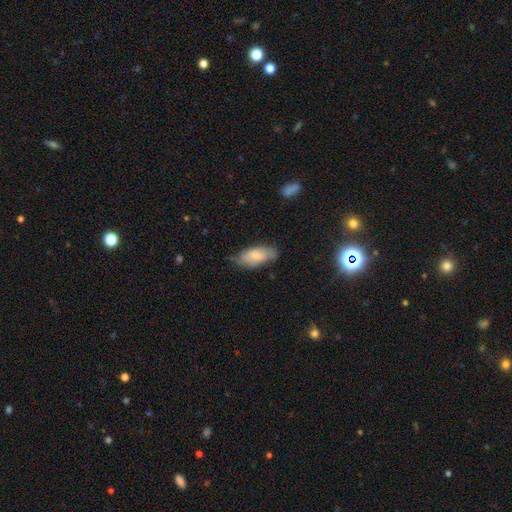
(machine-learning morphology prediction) A smooth galaxy with no disk features (67%) that is in between round and cigar-shaped (88%). Merging: none (56%).